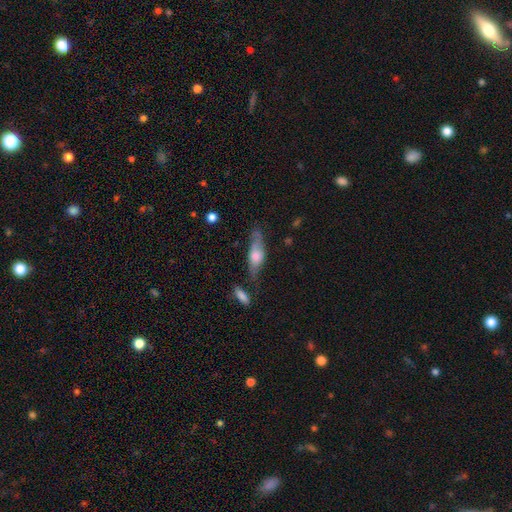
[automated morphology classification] The model was most divided on "smooth or featured": featured or disk: 48%, smooth: 45%, star or artifact: 7%. More confident: merging — none (53%).